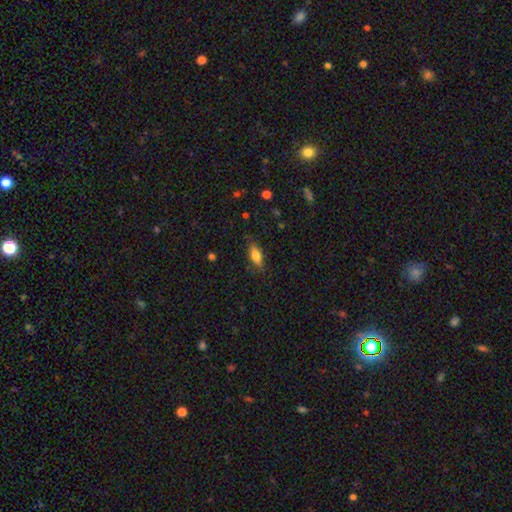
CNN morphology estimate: Smooth or featured: smooth — 76% (featured or disk — 17%)
How rounded: in between — 76% (cigar-shaped — 21%)
Merging: none — 81% (minor disturbance — 14%)